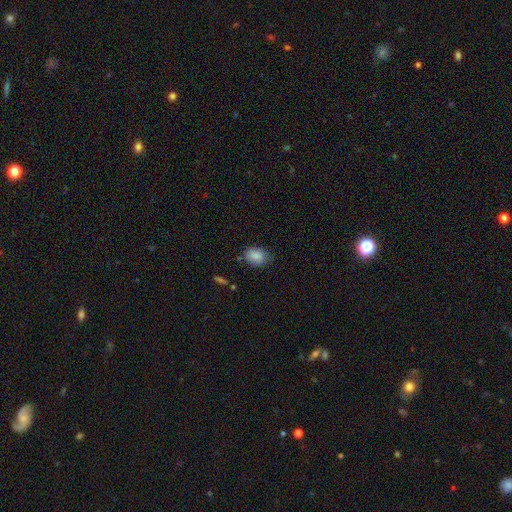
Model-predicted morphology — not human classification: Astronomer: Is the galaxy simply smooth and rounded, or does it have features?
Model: smooth — 86%.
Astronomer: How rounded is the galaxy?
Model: in between — 65%.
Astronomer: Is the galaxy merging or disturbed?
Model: none — 69%.